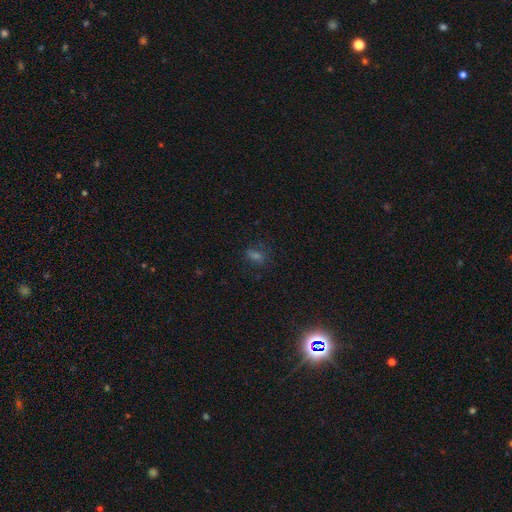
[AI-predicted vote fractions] Morphology: type=smooth (44%); merging=none (75%).